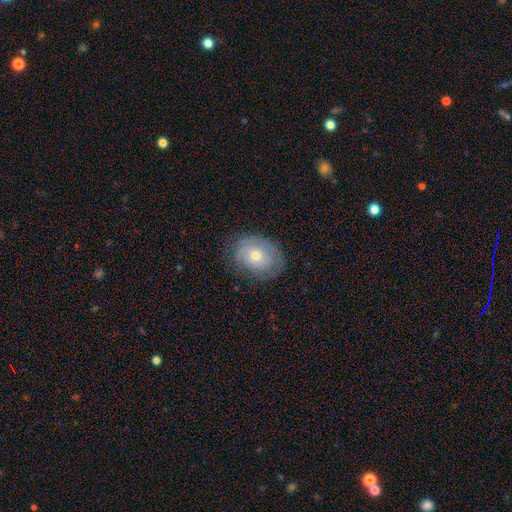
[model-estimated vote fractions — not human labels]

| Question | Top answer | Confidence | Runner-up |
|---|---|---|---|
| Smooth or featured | smooth | 49% | featured or disk (43%) |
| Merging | none | 74% | minor disturbance (19%) |